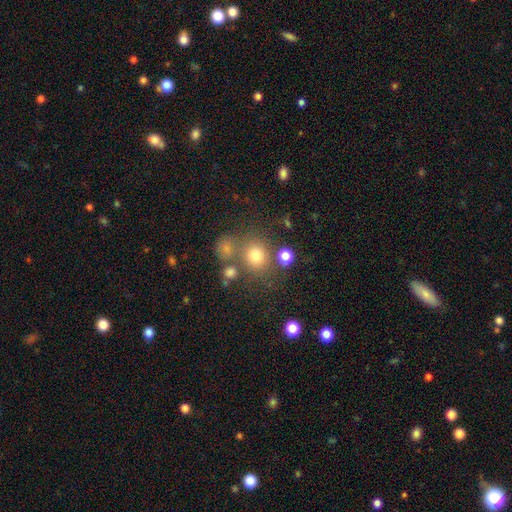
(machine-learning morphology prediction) smooth-or-featured: smooth: 75% | star or artifact: 16% | featured or disk: 9%
  how-rounded: round: 83% | in between: 16% | cigar-shaped: 1%
  merging: none: 66% | merger: 16% | minor disturbance: 12% | major disturbance: 6%